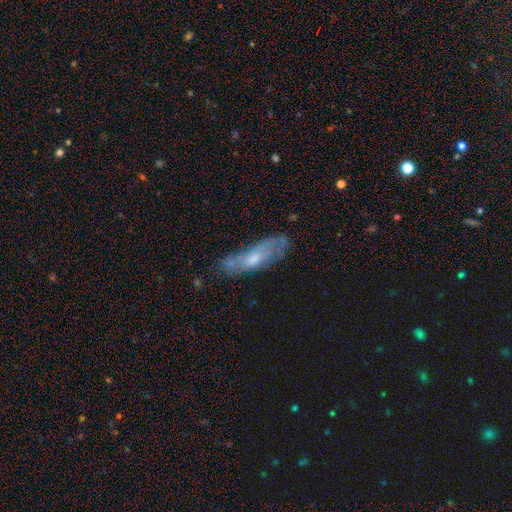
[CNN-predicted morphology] smooth_or_featured: featured or disk (p=0.54) [alt: smooth p=0.33]
disk_edge_on: no (p=0.63) [alt: yes p=0.37]
merging: none (p=0.65) [alt: minor disturbance p=0.22]